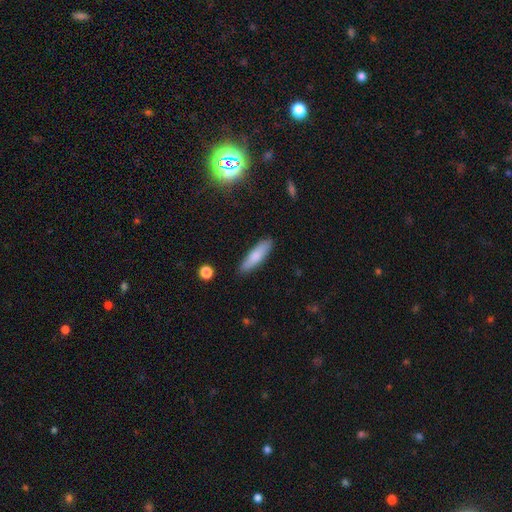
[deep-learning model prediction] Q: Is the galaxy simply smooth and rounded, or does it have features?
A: smooth — 77%.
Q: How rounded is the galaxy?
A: cigar-shaped — 67%.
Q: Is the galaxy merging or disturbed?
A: none — 85%.